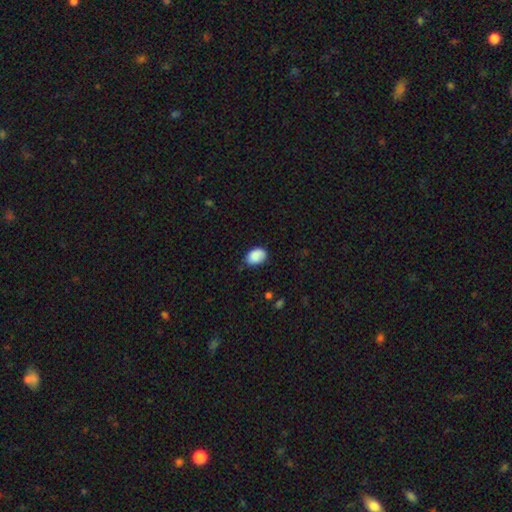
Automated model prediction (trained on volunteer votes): This is clearly a smooth galaxy (88%). How rounded: clearly in between (82%). Merging: likely none (69%).